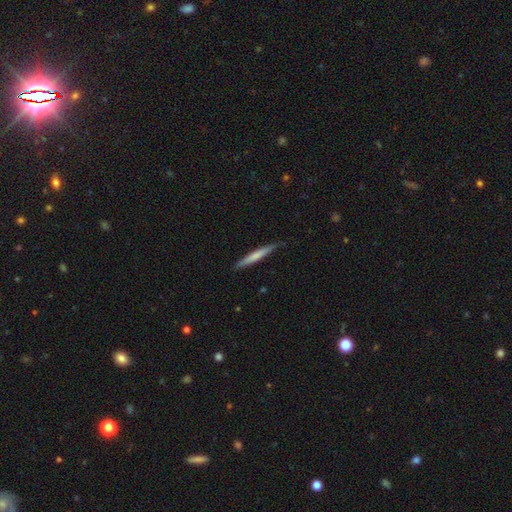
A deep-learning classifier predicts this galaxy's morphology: type=smooth (62%); roundness=cigar-shaped (96%); merging=none (82%).